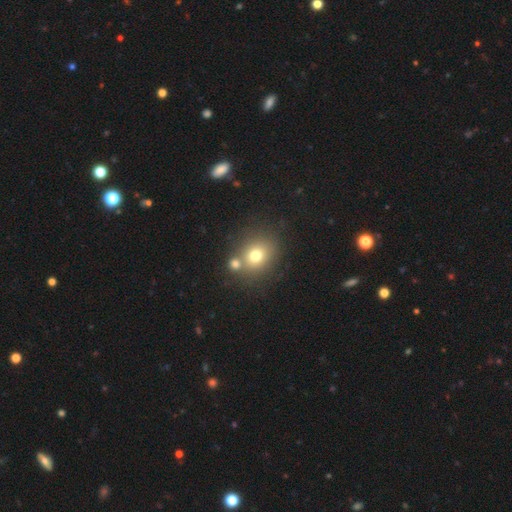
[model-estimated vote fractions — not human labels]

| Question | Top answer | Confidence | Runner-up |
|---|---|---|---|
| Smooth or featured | smooth | 72% | star or artifact (14%) |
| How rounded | round | 69% | in between (30%) |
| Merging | none | 60% | merger (26%) |